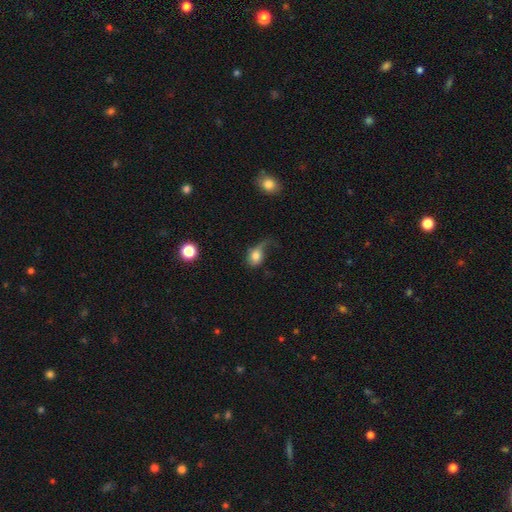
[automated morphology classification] This is likely a smooth galaxy (69%). How rounded: possibly in between (56%). Merging: possibly major disturbance (48%).